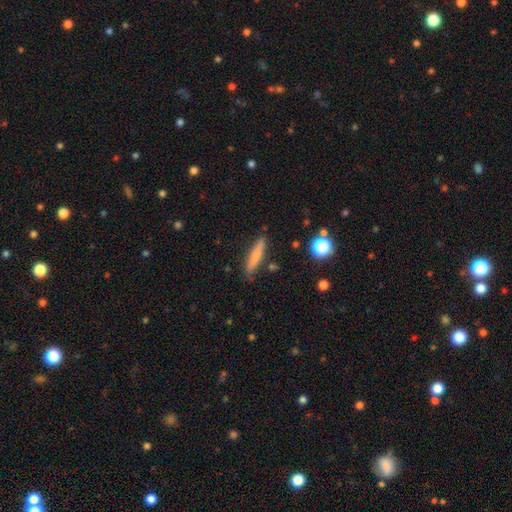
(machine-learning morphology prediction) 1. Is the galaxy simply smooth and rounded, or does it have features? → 70% smooth, 22% featured or disk, 8% star or artifact.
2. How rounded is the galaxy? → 86% cigar-shaped, 12% in between, 2% round.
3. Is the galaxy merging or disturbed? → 85% none, 11% minor disturbance, 2% merger, 2% major disturbance.